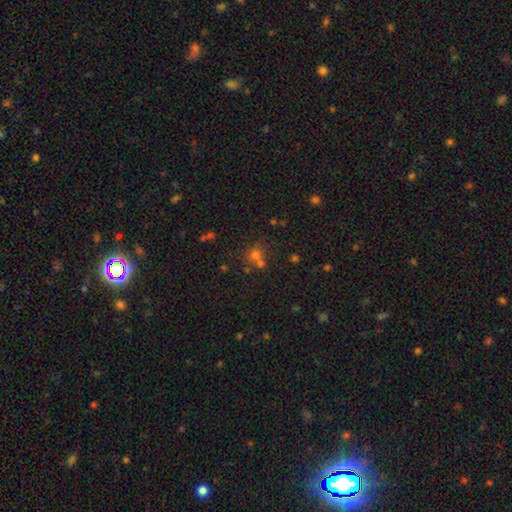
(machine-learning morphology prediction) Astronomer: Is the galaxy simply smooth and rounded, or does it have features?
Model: smooth — 55% (runner-up: star or artifact, 34%).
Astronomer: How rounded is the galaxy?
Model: round — 85%.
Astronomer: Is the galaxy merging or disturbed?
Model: none — 56% (runner-up: merger, 32%).